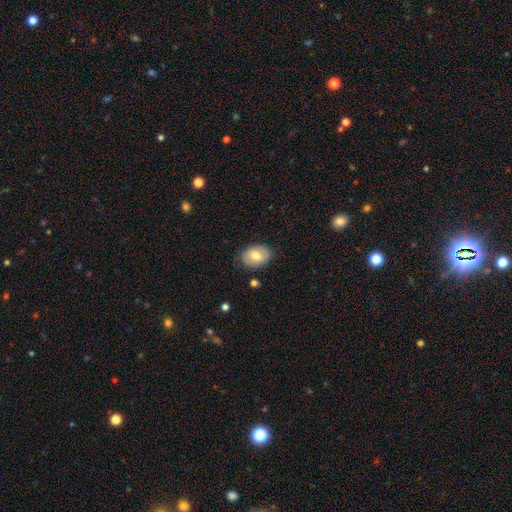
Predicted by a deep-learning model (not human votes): This appears to be a smooth galaxy with no disk features (69%) that is in between round and cigar-shaped (75%). Merging: none (83%).